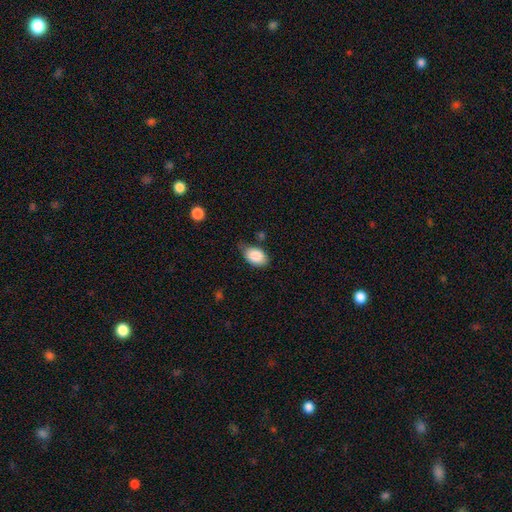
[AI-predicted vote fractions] Morphology: type=smooth (87%); roundness=in between (88%); merging=none (56%).